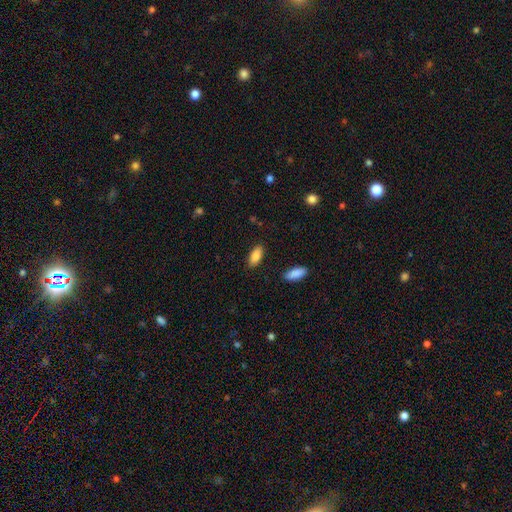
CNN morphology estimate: smooth_or_featured: smooth (p=0.86) [alt: featured or disk p=0.07]
how_rounded: in between (p=0.87) [alt: cigar-shaped p=0.11]
merging: none (p=0.87) [alt: minor disturbance p=0.09]